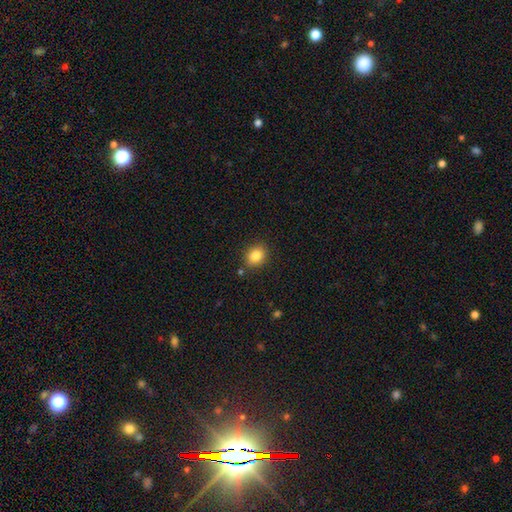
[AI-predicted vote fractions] A smooth galaxy with no disk features (84%) that is round (55%). Merging: none (84%).